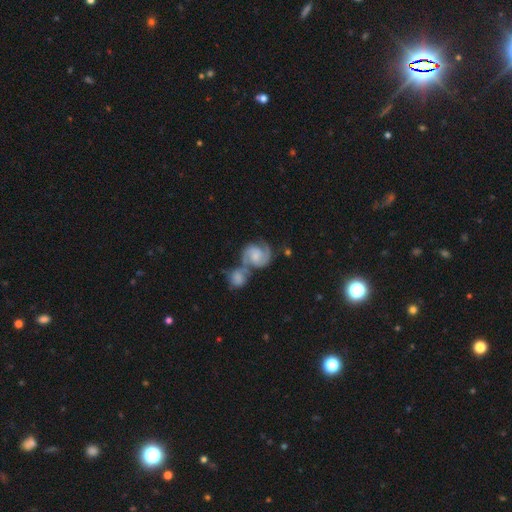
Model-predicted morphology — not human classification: featured or disk 82%, smooth 13%, star or artifact 5%. Down the decision tree: edge-on disk — no (98%); bar — no (59%); spiral arms — yes (96%); spiral arm count — 2 (89%); spiral winding — medium (50%); bulge size — small (37%); merging — merger (55%).